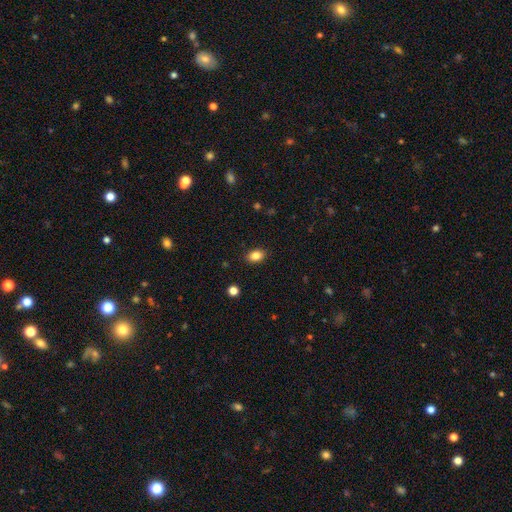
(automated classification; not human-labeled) Smooth or featured?
  - smooth: 85% *
  - star or artifact: 9%
  - featured or disk: 6%
How rounded?
  - in between: 81% *
  - round: 17%
  - cigar-shaped: 1%
Merging?
  - none: 89% *
  - minor disturbance: 8%
  - major disturbance: 2%
  - merger: 1%